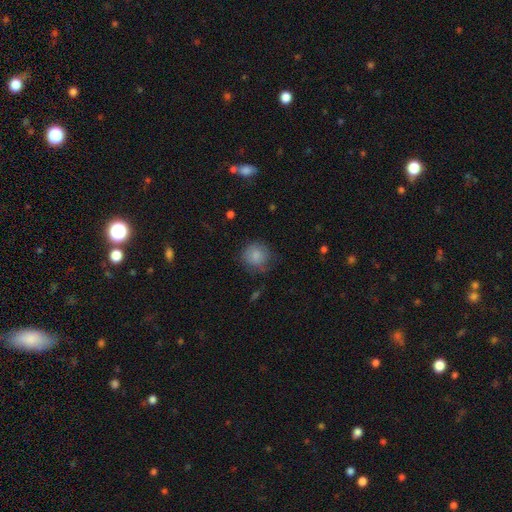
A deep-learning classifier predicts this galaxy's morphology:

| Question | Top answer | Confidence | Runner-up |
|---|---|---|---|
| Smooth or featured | smooth | 83% | star or artifact (8%) |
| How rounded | round | 89% | in between (10%) |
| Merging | none | 67% | minor disturbance (23%) |